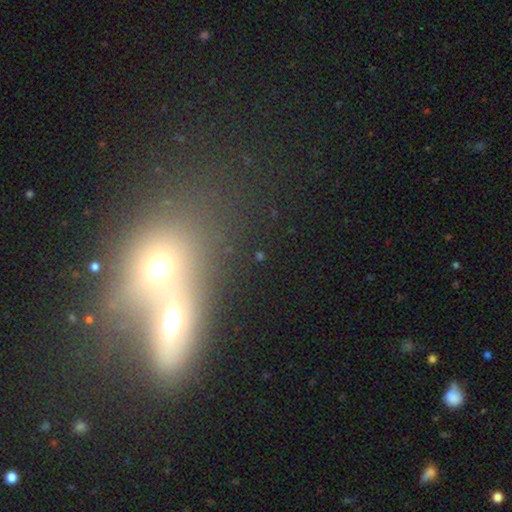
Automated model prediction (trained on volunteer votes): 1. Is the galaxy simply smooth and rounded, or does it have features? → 56% smooth, 26% featured or disk, 19% star or artifact.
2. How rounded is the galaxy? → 52% in between, 43% round, 5% cigar-shaped.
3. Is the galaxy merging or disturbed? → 72% merger, 18% none, 5% major disturbance, 5% minor disturbance.